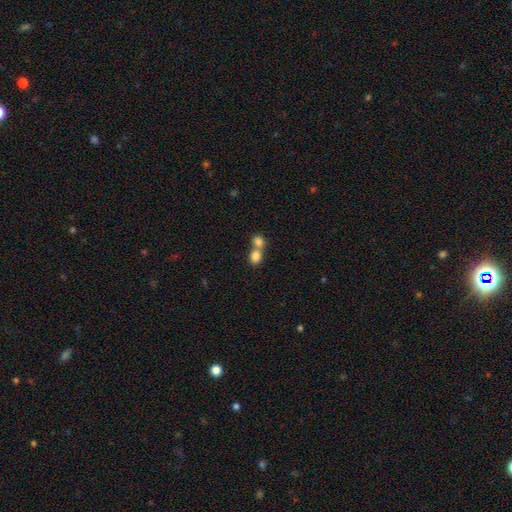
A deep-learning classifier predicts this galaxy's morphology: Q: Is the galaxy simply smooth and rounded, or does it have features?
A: smooth — 82%.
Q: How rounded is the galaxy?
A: round — 60%.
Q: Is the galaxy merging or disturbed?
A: merger — 60%.